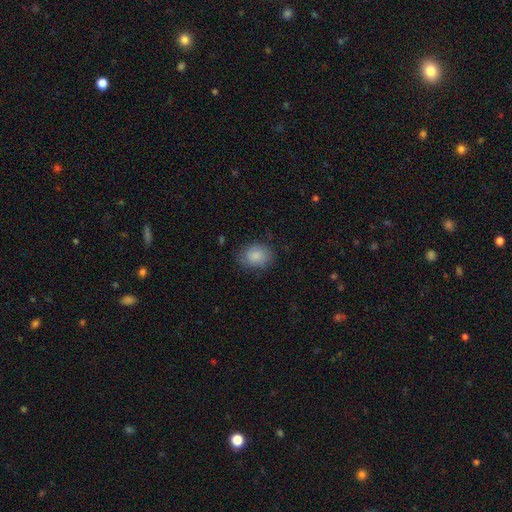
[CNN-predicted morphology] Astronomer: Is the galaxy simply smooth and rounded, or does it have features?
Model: smooth — 85%.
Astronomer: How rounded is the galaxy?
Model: in between — 57% (runner-up: round, 42%).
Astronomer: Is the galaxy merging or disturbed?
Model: none — 76%.